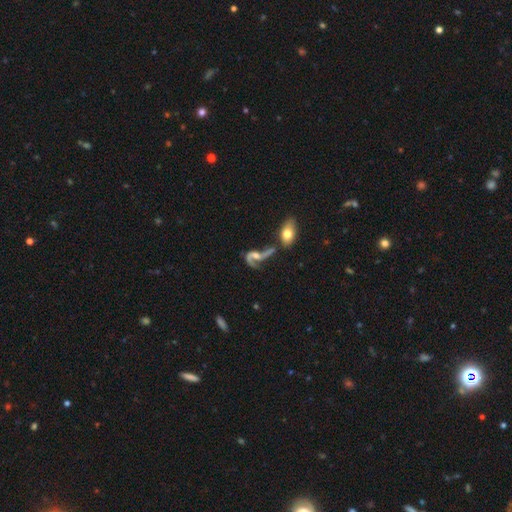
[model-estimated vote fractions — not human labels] This appears to be a featured or disk galaxy (81%) with no bar (52%), 2 (81%) loose (76%) spiral arms (92%) and a moderate central bulge (44%). Merging: none (34%).